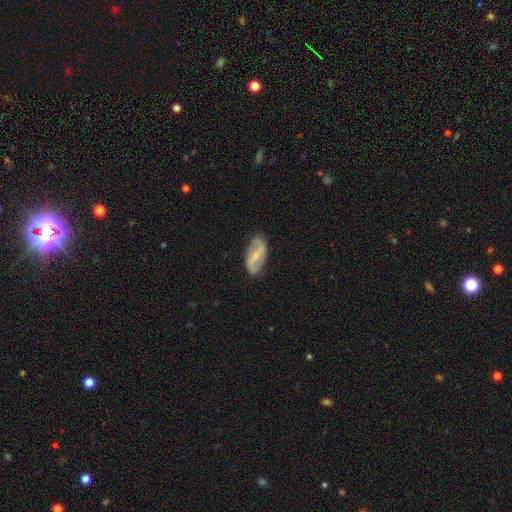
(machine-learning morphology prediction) This appears to be a featured or disk galaxy (70%) with a strong bar (52%), spiral arms (74%) and a small central bulge (61%). Merging: none (82%).